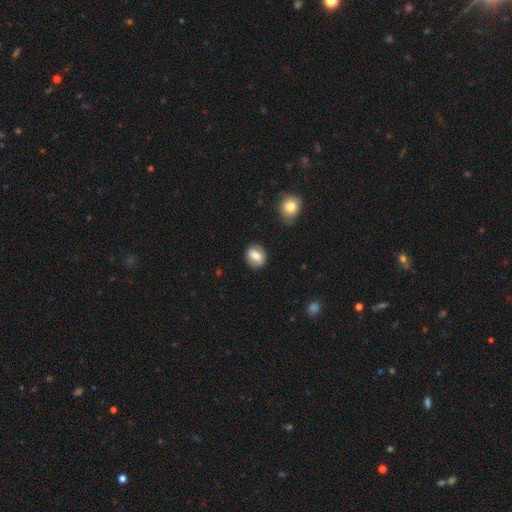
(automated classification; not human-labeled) Q: Smooth or featured?
A: smooth (73%); runner-up: featured or disk (20%)
Q: How rounded?
A: round (56%); runner-up: in between (42%)
Q: Merging?
A: none (84%); runner-up: minor disturbance (11%)